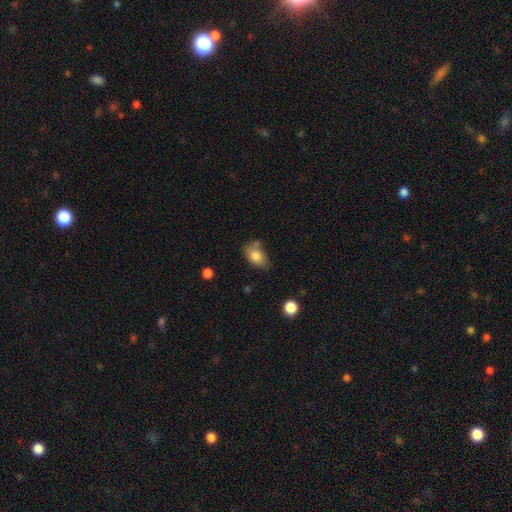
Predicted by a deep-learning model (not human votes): This is clearly a smooth galaxy (81%). How rounded: clearly in between (86%). Merging: possibly none (57%).